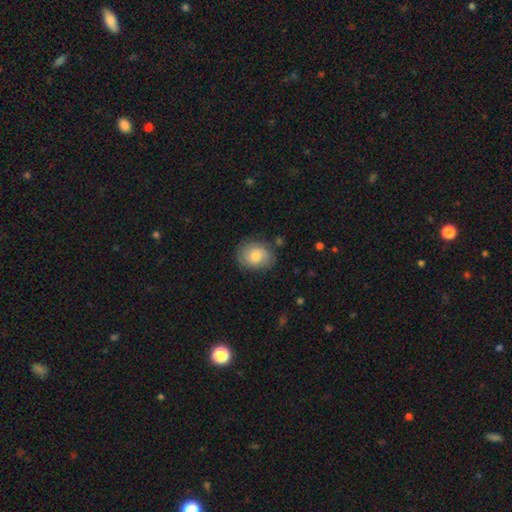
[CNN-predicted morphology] The model was most divided on "how rounded": round: 50%, in between: 49%, cigar-shaped: 1%. More confident: merging — none (78%); smooth or featured — smooth (67%).